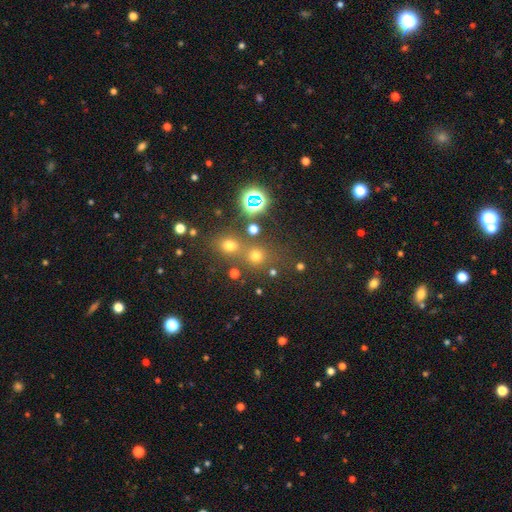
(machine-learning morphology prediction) A smooth galaxy with no disk features (58%) that is round (86%).

Vote fractions:
- Smooth or featured? smooth: 58% / star or artifact: 33% / featured or disk: 8%
- How rounded? round: 86% / in between: 13% / cigar-shaped: 1%
- Merging? none: 63% / merger: 24% / minor disturbance: 8% / major disturbance: 4%